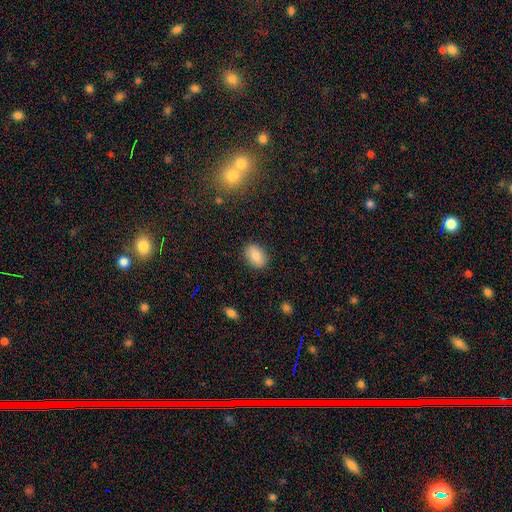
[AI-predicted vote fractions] Q: Smooth or featured?
A: smooth (82%); runner-up: featured or disk (10%)
Q: How rounded?
A: in between (82%); runner-up: round (17%)
Q: Merging?
A: none (87%); runner-up: minor disturbance (9%)